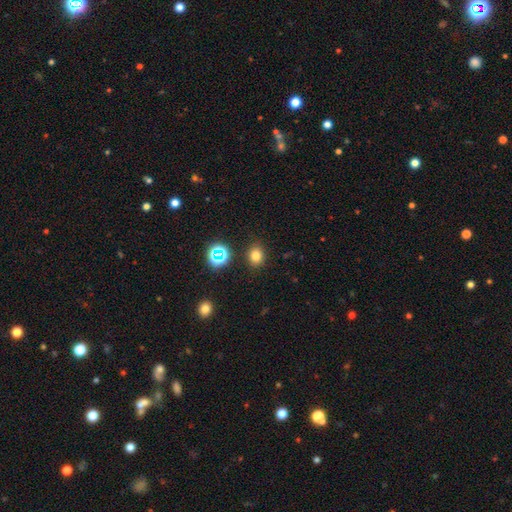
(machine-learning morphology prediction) smooth-or-featured: smooth: 75% | star or artifact: 18% | featured or disk: 7%
  how-rounded: round: 63% | in between: 36% | cigar-shaped: 1%
  merging: none: 87% | minor disturbance: 8% | major disturbance: 3% | merger: 2%